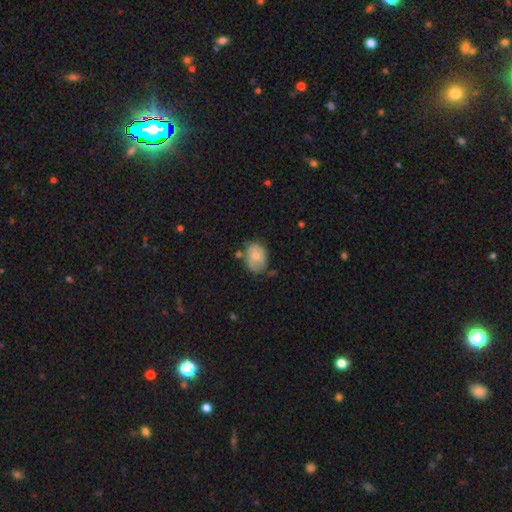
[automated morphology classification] smooth_or_featured: smooth (p=0.69) [alt: featured or disk p=0.24]
how_rounded: in between (p=0.68) [alt: round p=0.31]
merging: none (p=0.54) [alt: minor disturbance p=0.31]